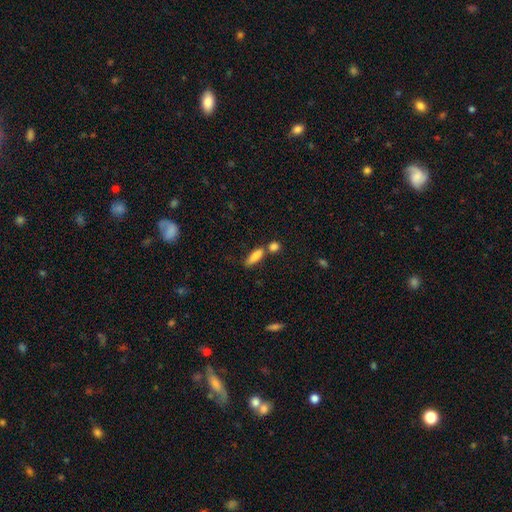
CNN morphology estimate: type=smooth (82%); roundness=in between (51%); merging=none (53%).